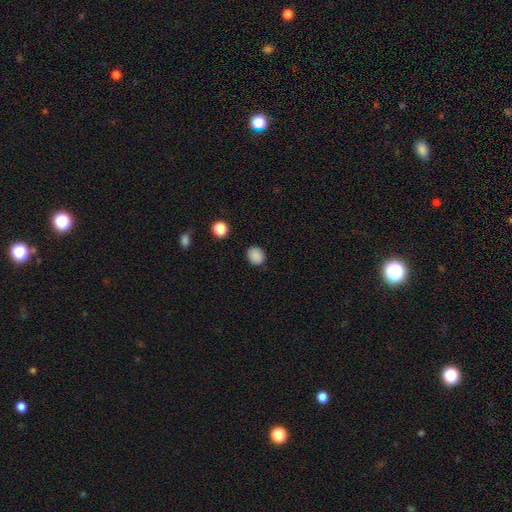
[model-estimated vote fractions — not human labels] Q: Smooth or featured?
A: smooth (87%); runner-up: star or artifact (10%)
Q: How rounded?
A: round (67%); runner-up: in between (32%)
Q: Merging?
A: none (86%); runner-up: minor disturbance (10%)